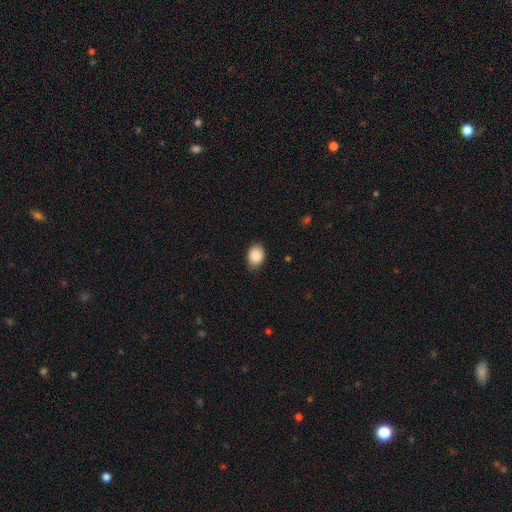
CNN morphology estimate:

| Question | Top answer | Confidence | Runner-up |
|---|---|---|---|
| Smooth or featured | smooth | 90% | star or artifact (7%) |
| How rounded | in between | 71% | round (28%) |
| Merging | none | 80% | minor disturbance (16%) |